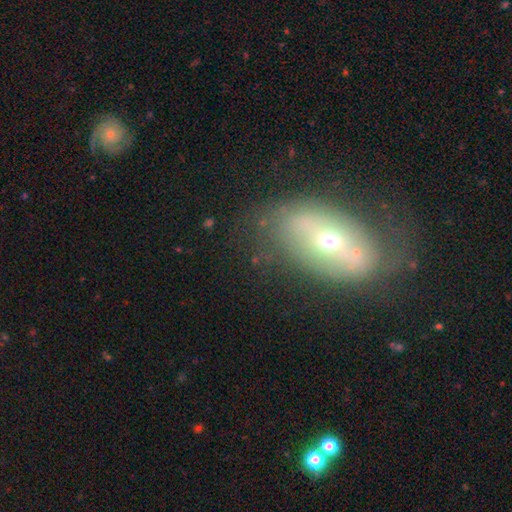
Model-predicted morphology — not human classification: smooth-or-featured: featured or disk: 61% | smooth: 28% | star or artifact: 10%
  disk-edge-on: no: 88% | yes: 12%
    bar: no: 44% | weak: 29% | strong: 27%
    has-spiral-arms: no: 53% | yes: 47%
    bulge-size: moderate: 57% | small: 37% | large: 4% | dominant: 1% | none: 1%
  merging: none: 65% | minor disturbance: 21% | major disturbance: 11% | merger: 3%